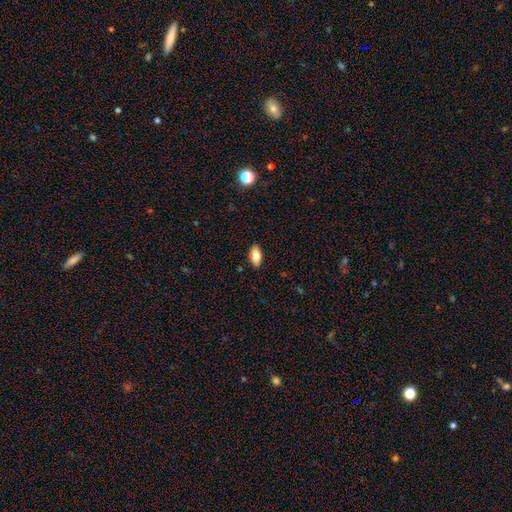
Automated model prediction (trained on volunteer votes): smooth 80%, featured or disk 12%, star or artifact 7%. Down the decision tree: how rounded — in between (90%); merging — none (88%).